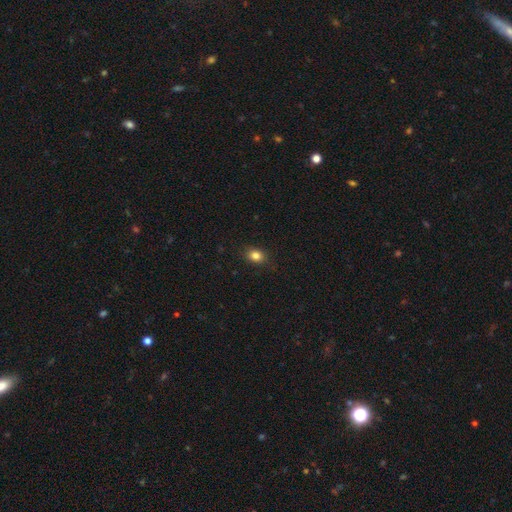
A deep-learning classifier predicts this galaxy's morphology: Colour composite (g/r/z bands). It shows a smooth galaxy with no disk features (84%) that is in between round and cigar-shaped (60%). Merging: none (86%).